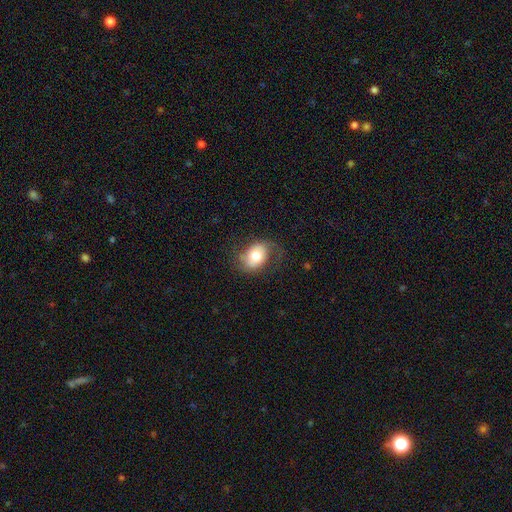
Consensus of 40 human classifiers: Smooth or featured? 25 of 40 (62%) said smooth. How rounded? 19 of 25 (76%) said in between. Merging? 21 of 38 (55%) said none.